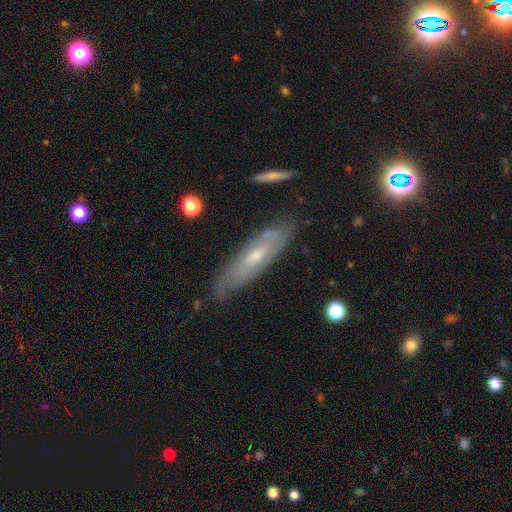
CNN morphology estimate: Smooth or featured: featured or disk — 60% (smooth — 33%)
Edge-on disk: no — 60% (yes — 40%)
Merging: none — 74% (minor disturbance — 20%)